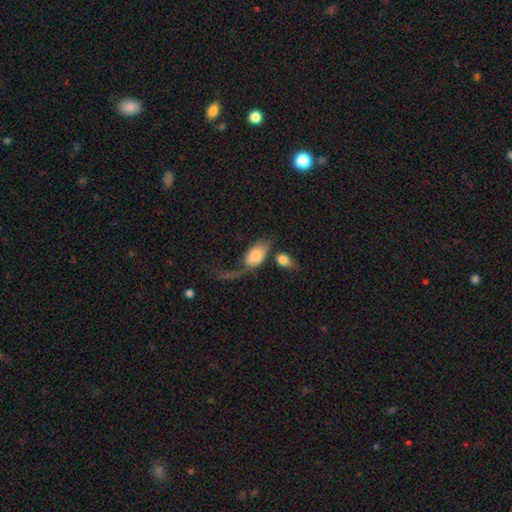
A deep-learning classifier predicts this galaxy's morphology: Q: Smooth or featured?
A: smooth (66%); runner-up: featured or disk (27%)
Q: How rounded?
A: in between (87%); runner-up: round (9%)
Q: Merging?
A: major disturbance (37%); runner-up: merger (28%)